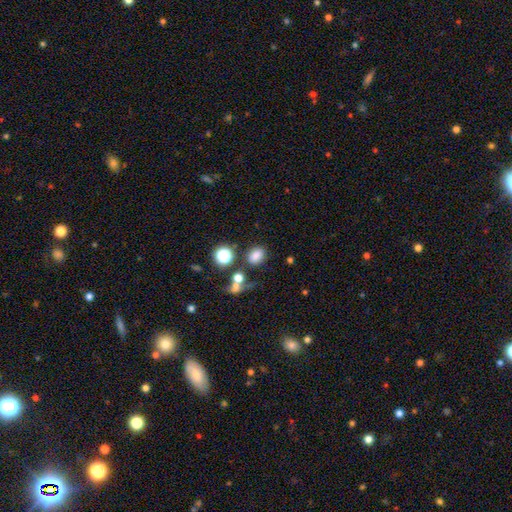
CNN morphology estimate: Q: Smooth or featured?
A: smooth (79%); runner-up: star or artifact (15%)
Q: How rounded?
A: in between (62%); runner-up: round (37%)
Q: Merging?
A: none (69%); runner-up: minor disturbance (13%)